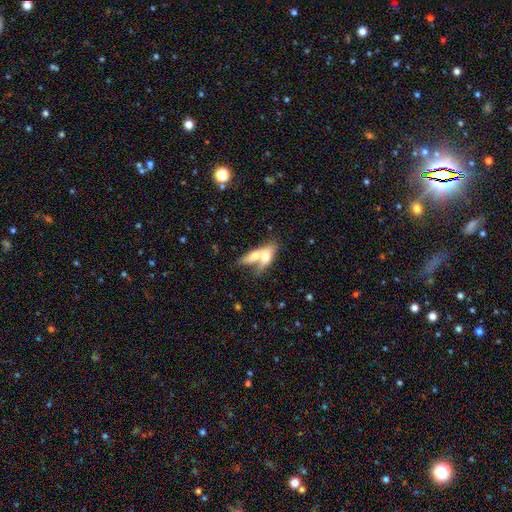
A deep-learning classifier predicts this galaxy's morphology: This appears to be a smooth galaxy with no disk features (65%) that is in between round and cigar-shaped (64%). Merging: merger (69%).